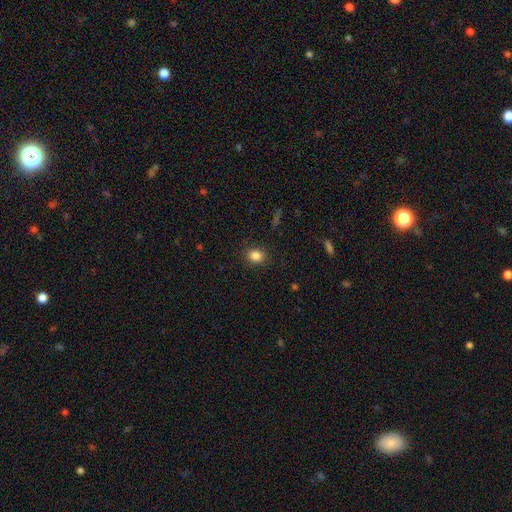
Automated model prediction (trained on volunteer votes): A smooth galaxy with no disk features (84%) that is round (68%). Merging: none (88%).